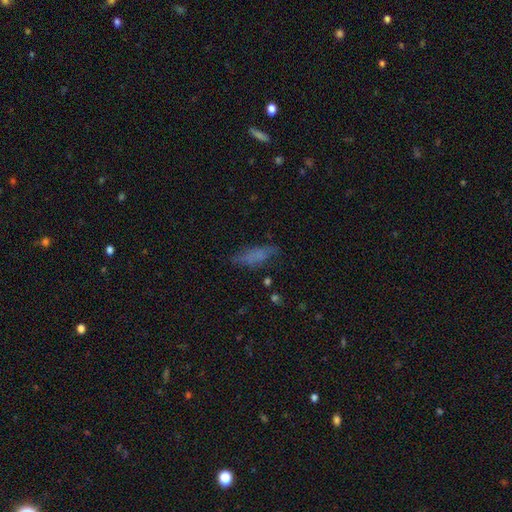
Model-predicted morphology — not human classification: Smooth or featured: smooth — 59% (featured or disk — 27%)
How rounded: in between — 53% (cigar-shaped — 44%)
Merging: none — 59% (minor disturbance — 25%)